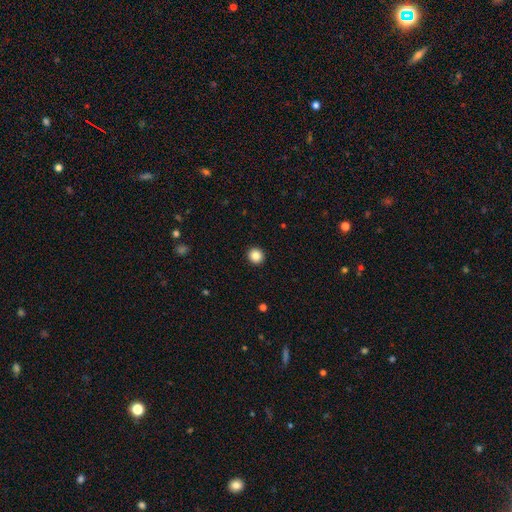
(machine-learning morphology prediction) Smooth or featured? Predicted: smooth (p=0.86). How rounded? Predicted: round (p=0.92). Merging? Predicted: none (p=0.93).